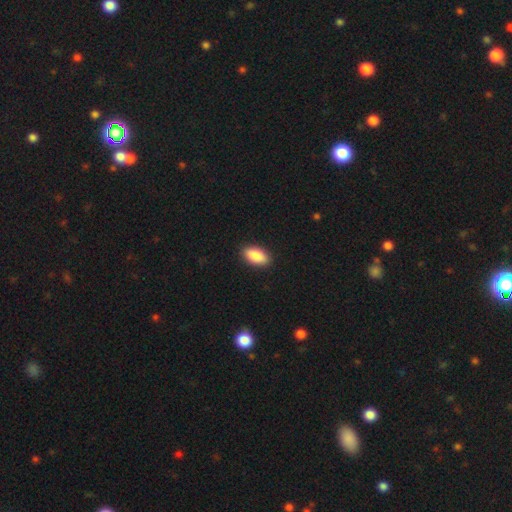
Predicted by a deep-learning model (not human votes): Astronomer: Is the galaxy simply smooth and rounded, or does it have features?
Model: smooth — 89%.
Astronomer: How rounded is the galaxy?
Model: in between — 93%.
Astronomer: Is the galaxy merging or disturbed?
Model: none — 90%.